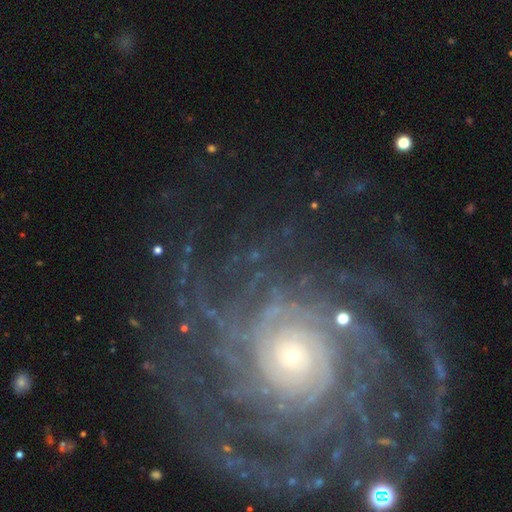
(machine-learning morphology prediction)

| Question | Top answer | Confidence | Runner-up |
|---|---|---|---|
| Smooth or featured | featured or disk | 88% | star or artifact (8%) |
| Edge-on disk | no | 97% | yes (3%) |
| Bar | no | 80% | weak (13%) |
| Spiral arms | yes | 97% | no (3%) |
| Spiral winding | tight | 76% | medium (18%) |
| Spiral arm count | more than 4 | 33% | can't tell (21%) |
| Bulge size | small | 54% | moderate (35%) |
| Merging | none | 75% | minor disturbance (12%) |